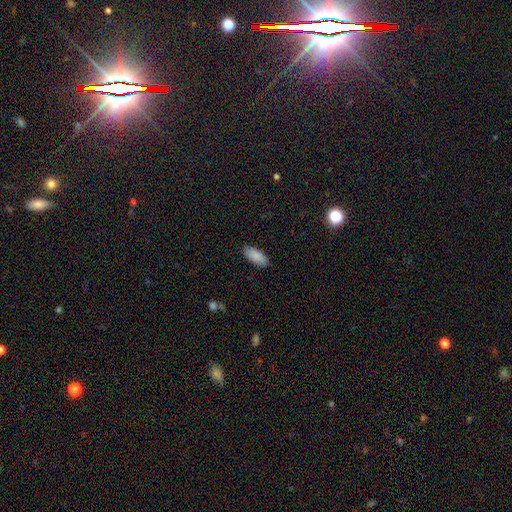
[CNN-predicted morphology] Smooth or featured? Predicted: smooth (p=0.88). How rounded? Predicted: in between (p=0.86). Merging? Predicted: none (p=0.87).